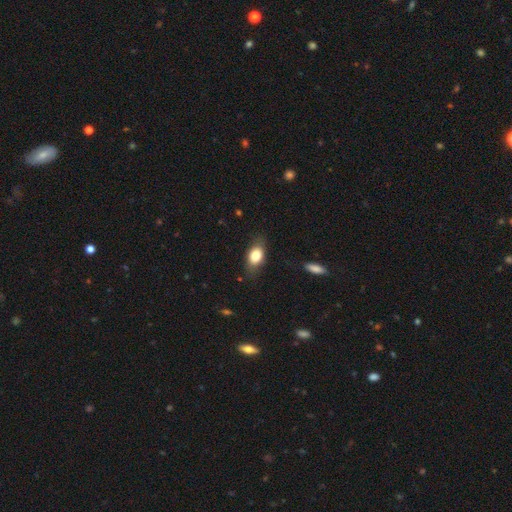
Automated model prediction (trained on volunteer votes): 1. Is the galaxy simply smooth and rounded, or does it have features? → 78% smooth, 14% featured or disk, 8% star or artifact.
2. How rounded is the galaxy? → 83% in between, 13% round, 4% cigar-shaped.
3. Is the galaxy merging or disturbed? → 76% none, 18% minor disturbance, 5% major disturbance, 1% merger.